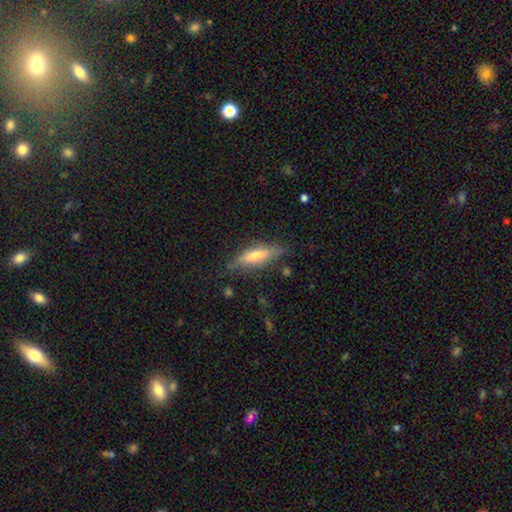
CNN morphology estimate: Smooth or featured: featured or disk — 47% (smooth — 46%)
Merging: none — 78% (minor disturbance — 17%)